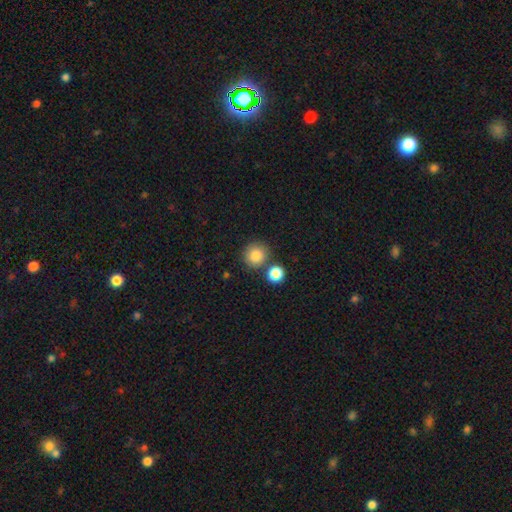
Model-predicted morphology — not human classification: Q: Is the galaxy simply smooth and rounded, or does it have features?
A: smooth — 85%.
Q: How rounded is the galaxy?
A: round — 91%.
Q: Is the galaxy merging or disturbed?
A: none — 75%.